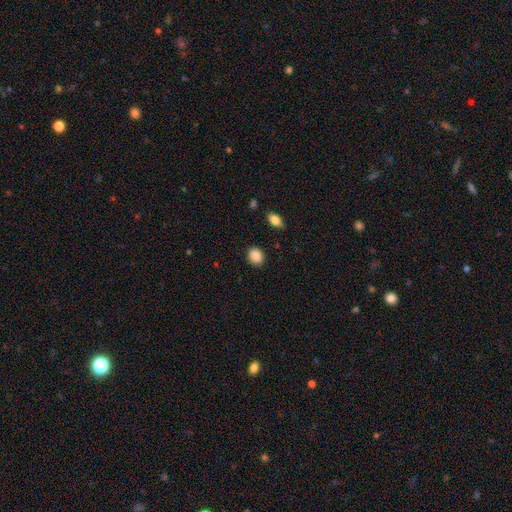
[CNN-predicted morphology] This appears to be a smooth galaxy with no disk features (89%) that is round (63%). Merging: none (88%).